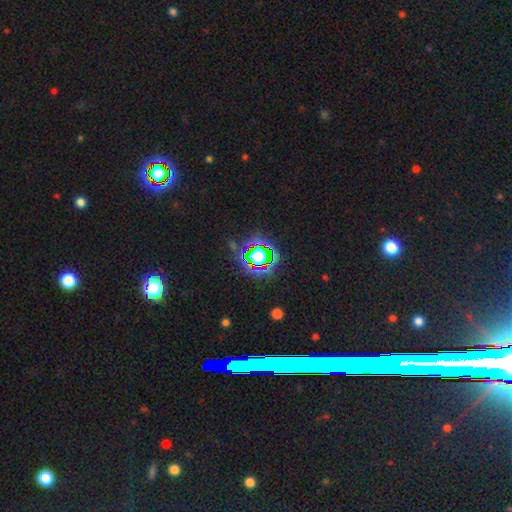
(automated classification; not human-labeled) smooth_or_featured: star or artifact (p=0.67) [alt: smooth p=0.20]